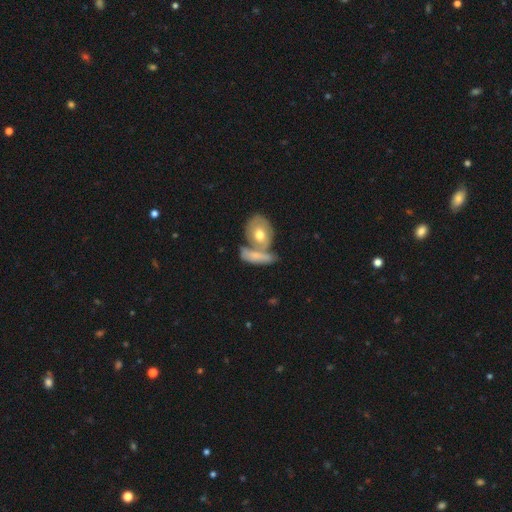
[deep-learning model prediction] The model was most divided on "merging": merger: 48%, none: 33%, minor disturbance: 13%, major disturbance: 6%. More confident: how rounded — in between (70%); smooth or featured — smooth (62%).